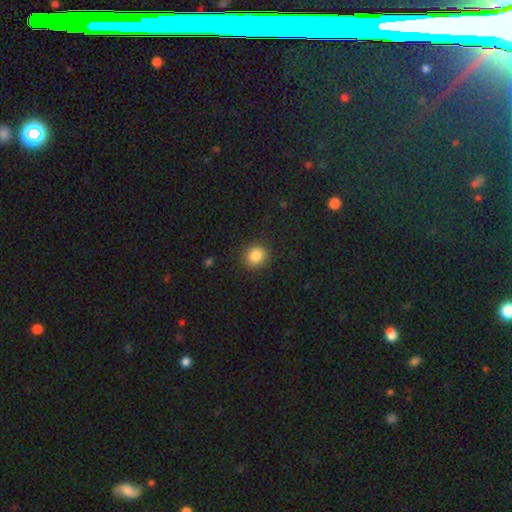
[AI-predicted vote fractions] Smooth or featured: smooth — 85% (star or artifact — 10%)
How rounded: round — 80% (in between — 19%)
Merging: none — 89% (minor disturbance — 7%)